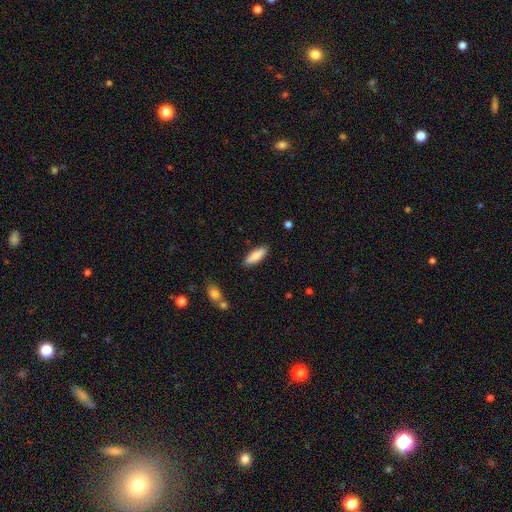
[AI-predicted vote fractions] A smooth galaxy with no disk features (84%) that is cigar-shaped (49%, tied with in between). Merging: none (88%).